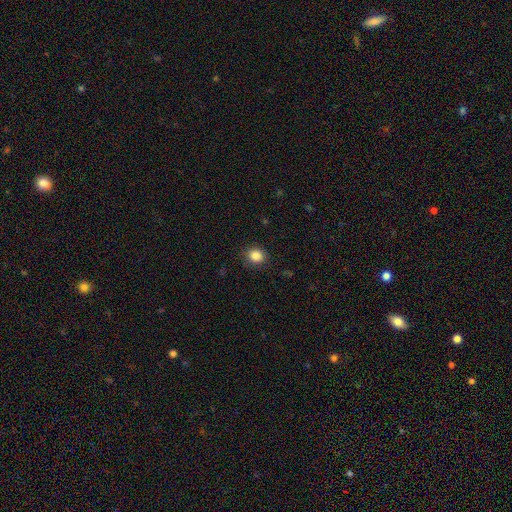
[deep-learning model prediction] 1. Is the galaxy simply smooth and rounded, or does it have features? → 86% smooth, 10% star or artifact, 4% featured or disk.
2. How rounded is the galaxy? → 72% round, 27% in between, 1% cigar-shaped.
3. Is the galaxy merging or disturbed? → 87% none, 9% minor disturbance, 3% major disturbance, 1% merger.